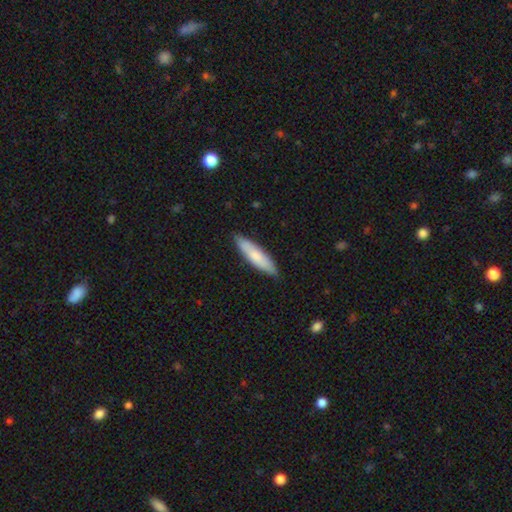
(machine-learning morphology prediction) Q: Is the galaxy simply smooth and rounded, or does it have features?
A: smooth — 76%.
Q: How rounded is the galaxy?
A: cigar-shaped — 71%.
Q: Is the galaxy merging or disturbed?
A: none — 86%.